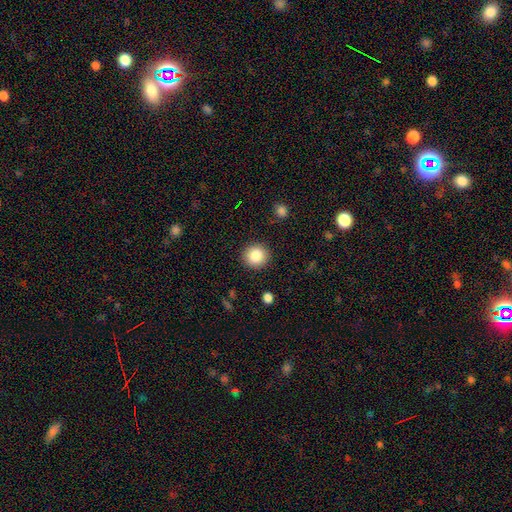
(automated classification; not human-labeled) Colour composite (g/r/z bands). It shows a smooth galaxy with no disk features (84%) that is round (91%). Merging: none (91%).